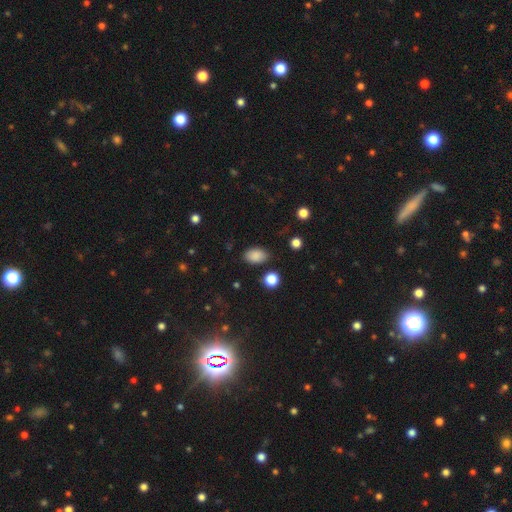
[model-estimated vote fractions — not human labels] smooth-or-featured: smooth: 86% | star or artifact: 10% | featured or disk: 4%
  how-rounded: in between: 89% | round: 10% | cigar-shaped: 1%
  merging: none: 83% | minor disturbance: 11% | major disturbance: 3% | merger: 3%